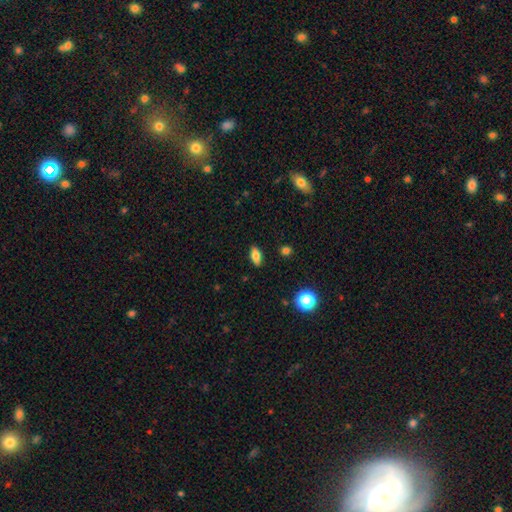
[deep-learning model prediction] The model was most divided on "smooth or featured": smooth: 76%, featured or disk: 15%, star or artifact: 9%. More confident: merging — none (88%); how rounded — in between (85%).